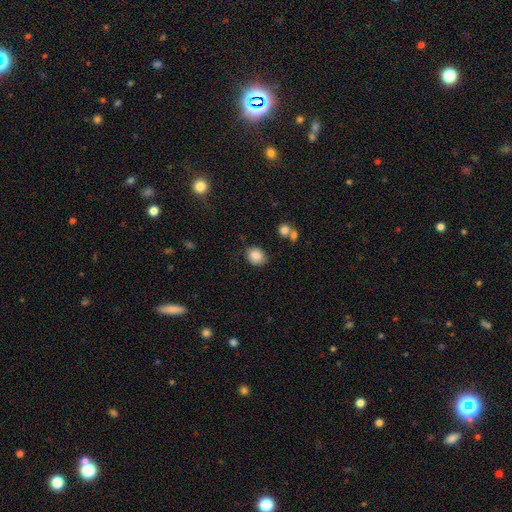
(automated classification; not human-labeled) Overall: smooth (86%). How rounded: round (58%; in between 41%). Merging: none (78%).